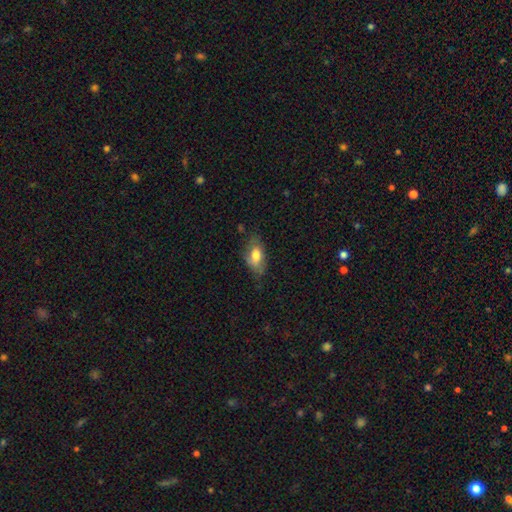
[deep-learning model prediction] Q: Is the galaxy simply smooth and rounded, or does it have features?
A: smooth — 73%.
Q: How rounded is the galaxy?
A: in between — 87%.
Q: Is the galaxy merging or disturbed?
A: none — 63%.